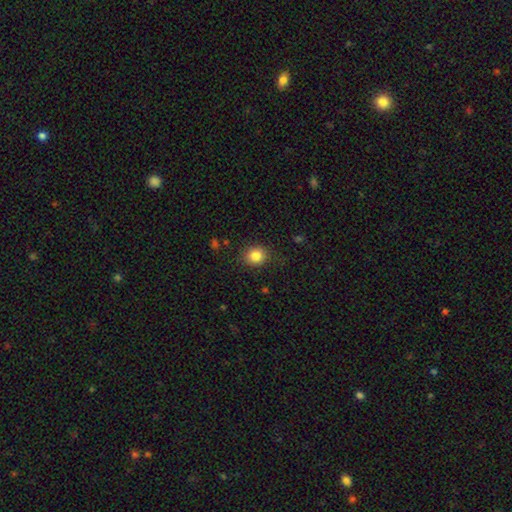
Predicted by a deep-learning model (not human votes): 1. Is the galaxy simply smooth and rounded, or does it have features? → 84% smooth, 10% star or artifact, 5% featured or disk.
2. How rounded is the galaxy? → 75% round, 25% in between, 1% cigar-shaped.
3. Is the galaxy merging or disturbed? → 86% none, 10% minor disturbance, 3% major disturbance, 1% merger.